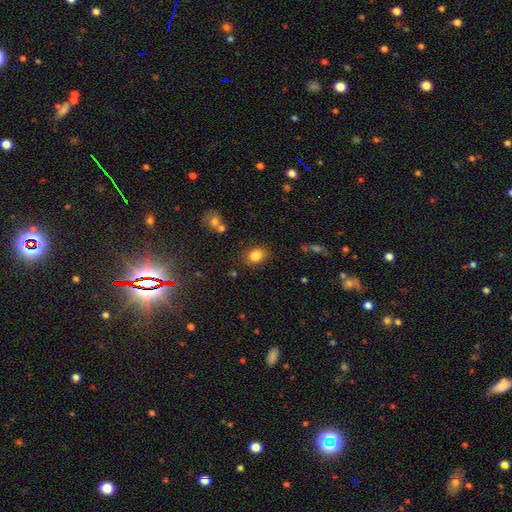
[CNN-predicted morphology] Smooth or featured? Predicted: smooth (p=0.84). How rounded? Predicted: in between (p=0.65). Merging? Predicted: none (p=0.81).